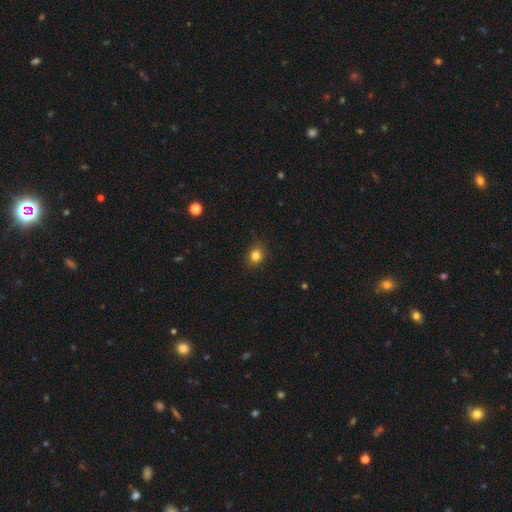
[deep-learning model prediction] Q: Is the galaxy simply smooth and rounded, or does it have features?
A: smooth — 83%.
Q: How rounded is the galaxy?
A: round — 62%.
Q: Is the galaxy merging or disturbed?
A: none — 86%.